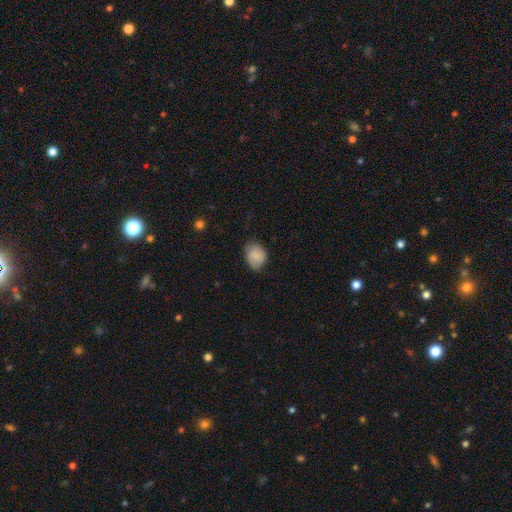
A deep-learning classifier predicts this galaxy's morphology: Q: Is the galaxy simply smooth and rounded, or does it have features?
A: smooth — 79%.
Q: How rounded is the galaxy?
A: in between — 60%.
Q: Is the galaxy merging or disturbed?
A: none — 69%.